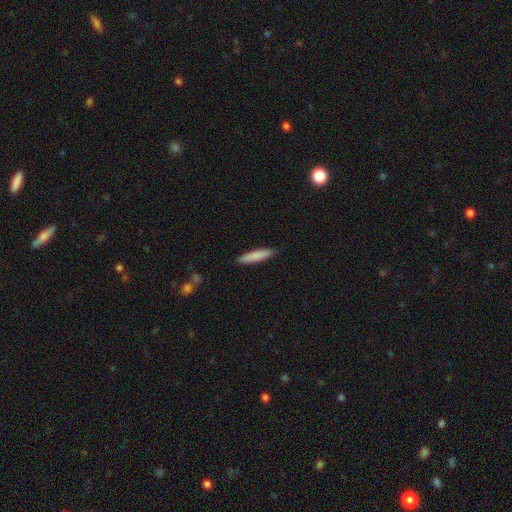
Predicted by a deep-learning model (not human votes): A smooth galaxy with no disk features (84%) that is cigar-shaped (86%).

Vote fractions:
- Smooth or featured? smooth: 84% / featured or disk: 10% / star or artifact: 5%
- How rounded? cigar-shaped: 86% / in between: 13% / round: 1%
- Merging? none: 89% / minor disturbance: 8% / major disturbance: 2% / merger: 1%